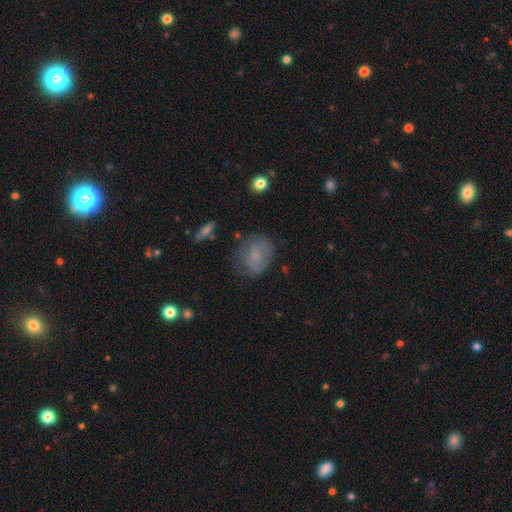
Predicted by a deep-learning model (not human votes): Smooth or featured? Predicted: smooth (p=0.70). How rounded? Predicted: round (p=0.52). Merging? Predicted: none (p=0.68).